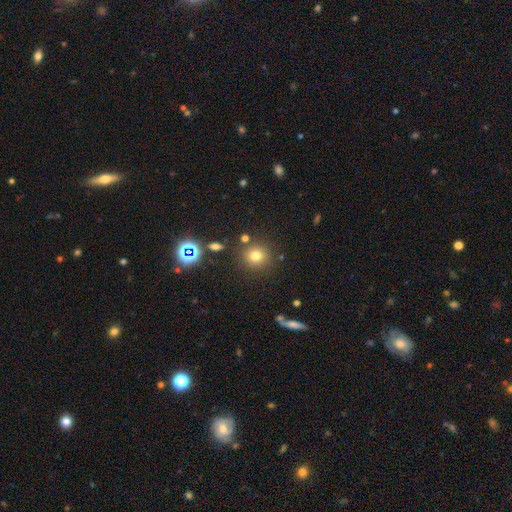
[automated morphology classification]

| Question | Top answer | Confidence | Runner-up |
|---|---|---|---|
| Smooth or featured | smooth | 74% | star or artifact (18%) |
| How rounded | round | 91% | in between (8%) |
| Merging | none | 83% | minor disturbance (9%) |